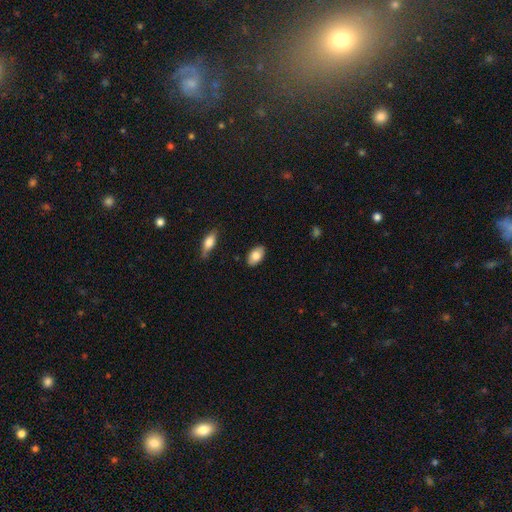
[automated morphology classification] Q: Smooth or featured?
A: smooth (82%); runner-up: featured or disk (11%)
Q: How rounded?
A: in between (93%); runner-up: round (5%)
Q: Merging?
A: none (87%); runner-up: minor disturbance (9%)